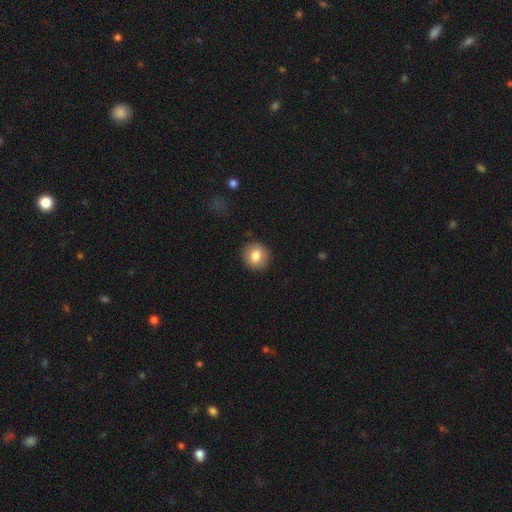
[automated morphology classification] A smooth galaxy with no disk features (81%) that is round (85%). Merging: none (90%).